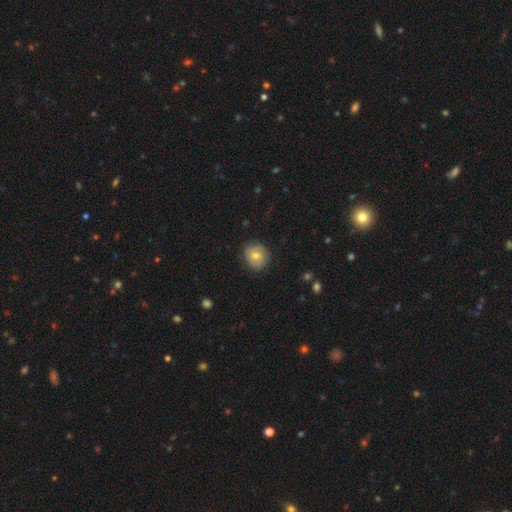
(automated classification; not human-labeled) A smooth galaxy with no disk features (61%) that is round (76%). Merging: none (80%).